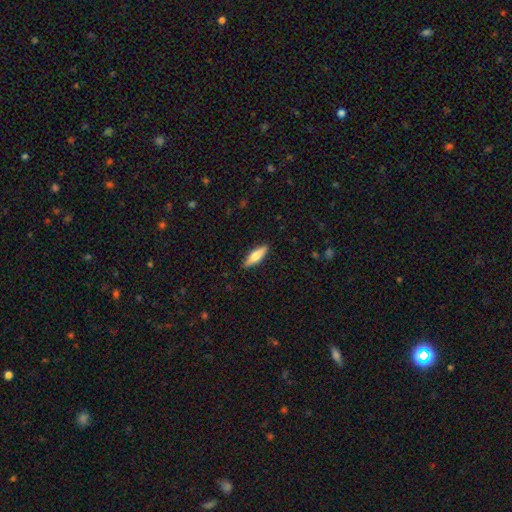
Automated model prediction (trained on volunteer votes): Smooth or featured: smooth — 69% (featured or disk — 25%)
How rounded: cigar-shaped — 57% (in between — 41%)
Merging: none — 89% (minor disturbance — 8%)